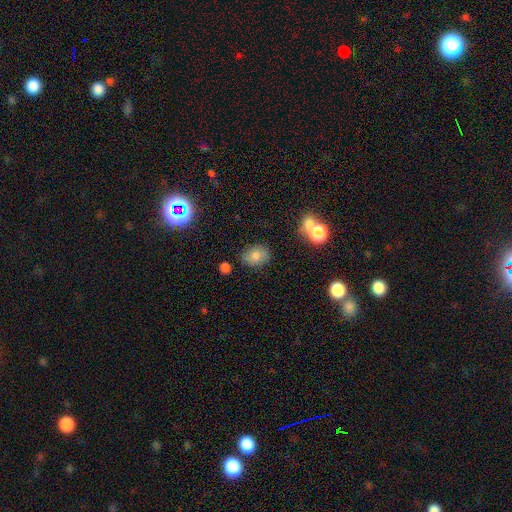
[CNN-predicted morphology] smooth-or-featured: smooth: 76% | featured or disk: 12% | star or artifact: 12%
  how-rounded: in between: 64% | round: 34% | cigar-shaped: 1%
  merging: none: 81% | minor disturbance: 12% | merger: 4% | major disturbance: 3%